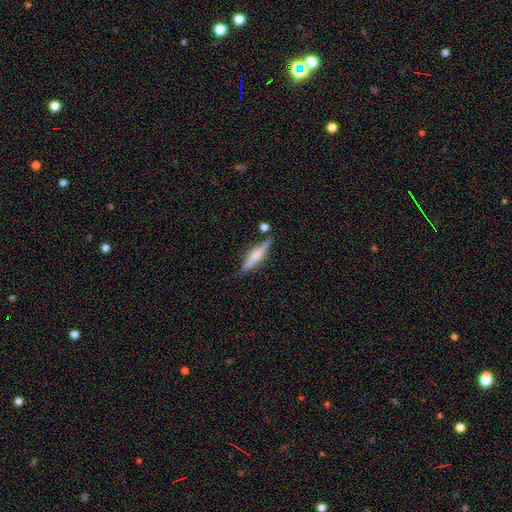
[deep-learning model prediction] This is possibly a featured or disk galaxy (48%). Merging: likely none (77%).